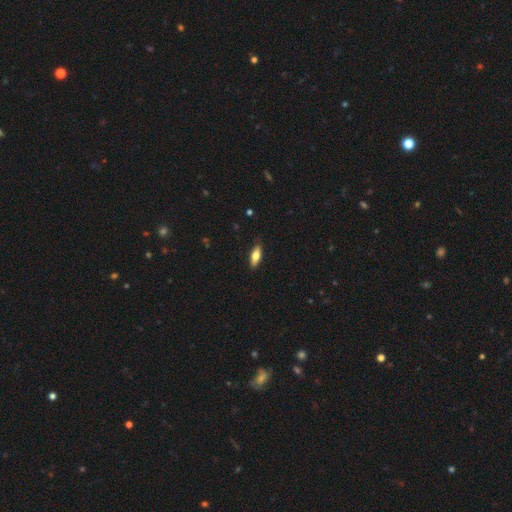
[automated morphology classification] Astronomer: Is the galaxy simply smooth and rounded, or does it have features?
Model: smooth — 66%.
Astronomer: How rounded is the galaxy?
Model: in between — 66%.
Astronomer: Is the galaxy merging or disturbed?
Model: none — 86%.